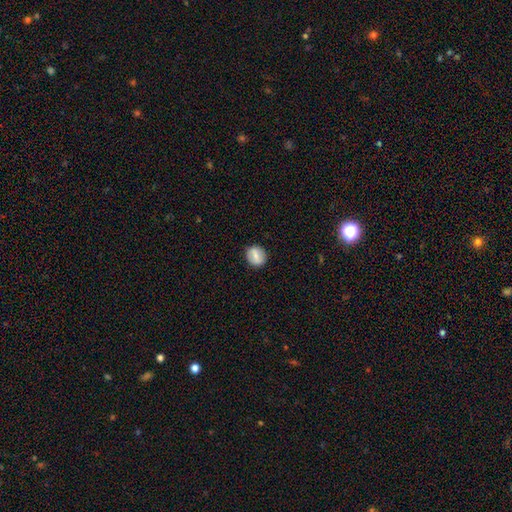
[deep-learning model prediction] smooth 68%, featured or disk 24%, star or artifact 8%. Down the decision tree: how rounded — round (73%); merging — none (88%).